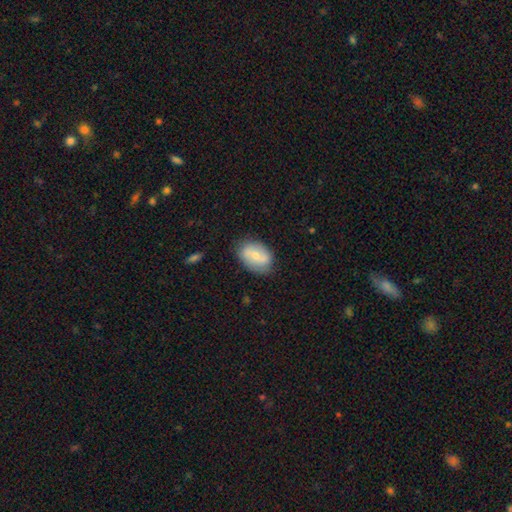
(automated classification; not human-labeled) A smooth galaxy with no disk features (55%) that is in between round and cigar-shaped (83%). Merging: none (77%).